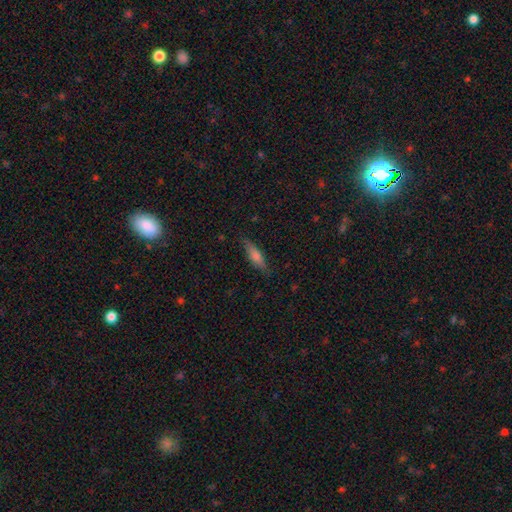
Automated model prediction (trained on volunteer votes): Smooth or featured? Predicted: smooth (p=0.54). How rounded? Predicted: cigar-shaped (p=0.69). Merging? Predicted: none (p=0.83).